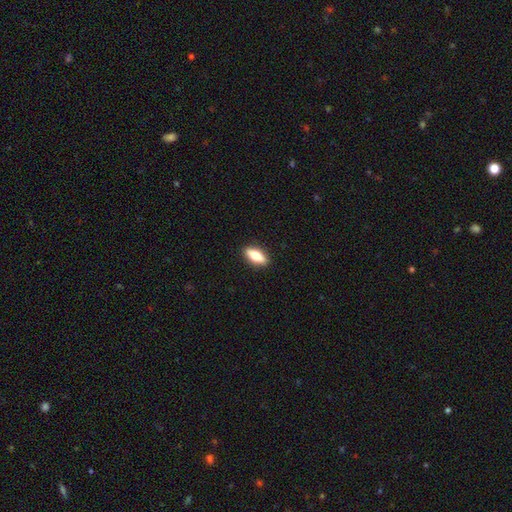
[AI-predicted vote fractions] This appears to be a smooth galaxy with no disk features (64%) that is in between round and cigar-shaped (71%). Merging: none (90%).